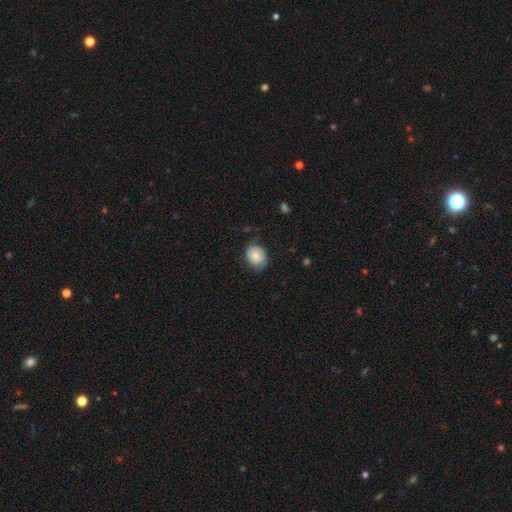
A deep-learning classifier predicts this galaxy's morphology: This is likely a smooth galaxy (64%). How rounded: possibly round (54%). Merging: likely none (64%).